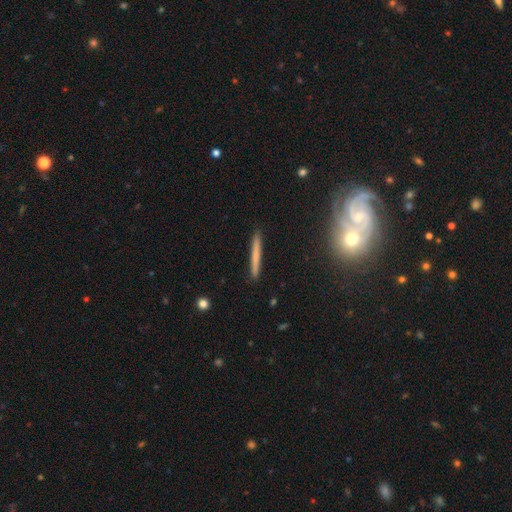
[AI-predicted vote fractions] Smooth or featured: smooth — 62% (featured or disk — 31%)
How rounded: cigar-shaped — 96% (in between — 2%)
Merging: none — 91% (minor disturbance — 7%)